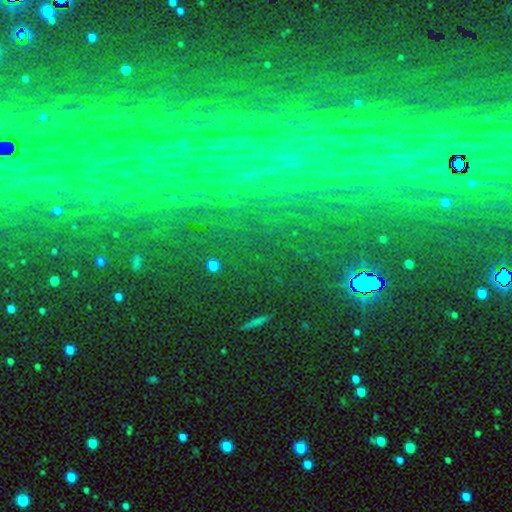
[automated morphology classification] This is likely a star or artifact rather than a galaxy (80%).